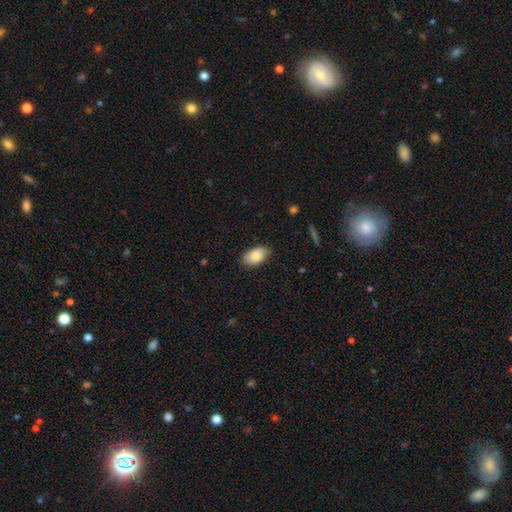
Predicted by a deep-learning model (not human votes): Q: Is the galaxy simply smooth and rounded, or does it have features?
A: smooth — 85%.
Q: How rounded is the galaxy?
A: in between — 93%.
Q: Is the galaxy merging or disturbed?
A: none — 80%.